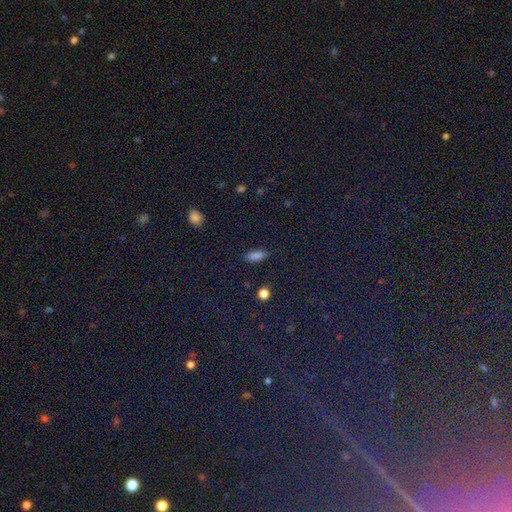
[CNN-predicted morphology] This appears to be a smooth galaxy with no disk features (81%) that is in between round and cigar-shaped (80%). Merging: none (87%).